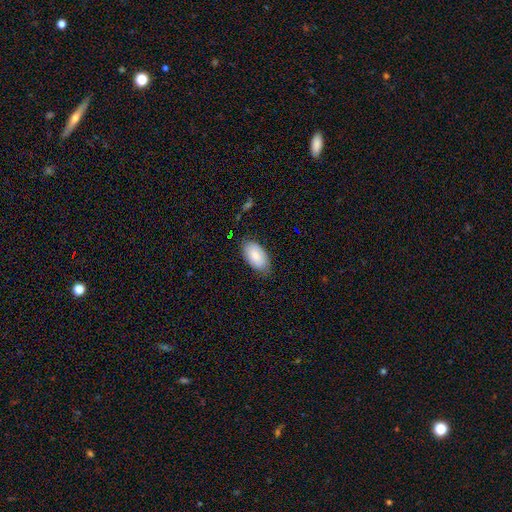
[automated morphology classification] A smooth galaxy with no disk features (81%) that is in between round and cigar-shaped (95%). Merging: none (76%).